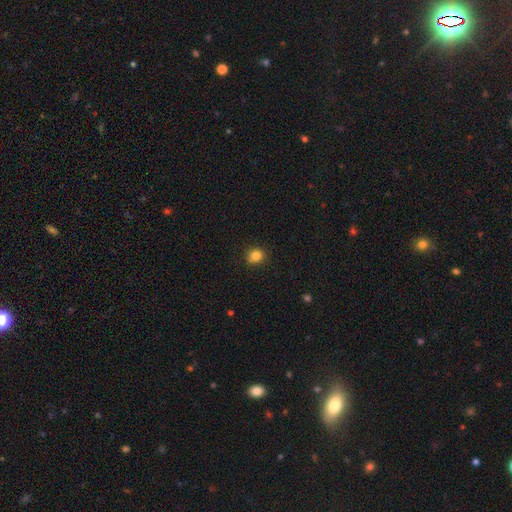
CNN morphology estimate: smooth-or-featured: smooth: 84% | star or artifact: 12% | featured or disk: 4%
  how-rounded: round: 79% | in between: 20% | cigar-shaped: 1%
  merging: none: 85% | minor disturbance: 11% | major disturbance: 2% | merger: 1%